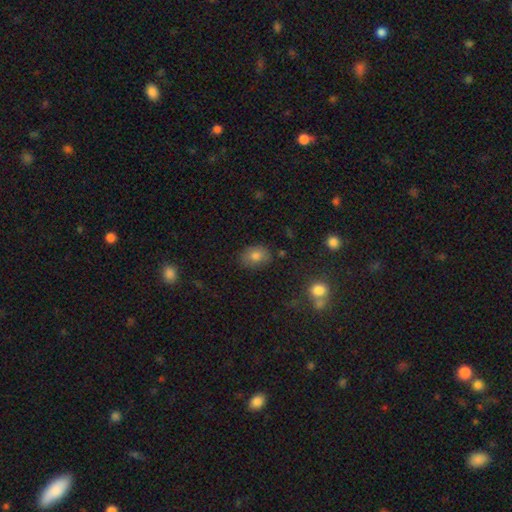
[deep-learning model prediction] smooth_or_featured: smooth (p=0.79) [alt: star or artifact p=0.11]
how_rounded: in between (p=0.69) [alt: round p=0.30]
merging: none (p=0.77) [alt: minor disturbance p=0.17]